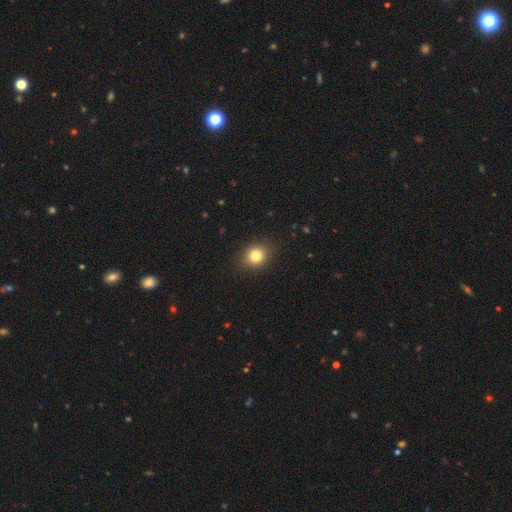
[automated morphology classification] This appears to be a smooth galaxy with no disk features (82%) that is round (71%). Merging: none (88%).